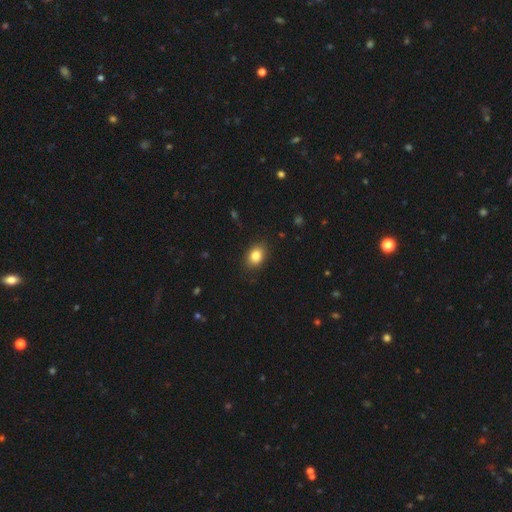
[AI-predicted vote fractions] This is clearly a smooth galaxy (85%). How rounded: likely in between (70%). Merging: clearly none (86%).